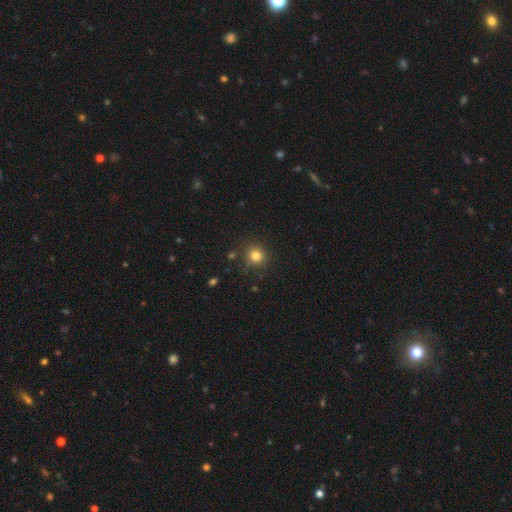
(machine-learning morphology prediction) smooth-or-featured: smooth: 80% | star or artifact: 14% | featured or disk: 6%
  how-rounded: round: 90% | in between: 9% | cigar-shaped: 1%
  merging: none: 85% | minor disturbance: 10% | major disturbance: 3% | merger: 3%